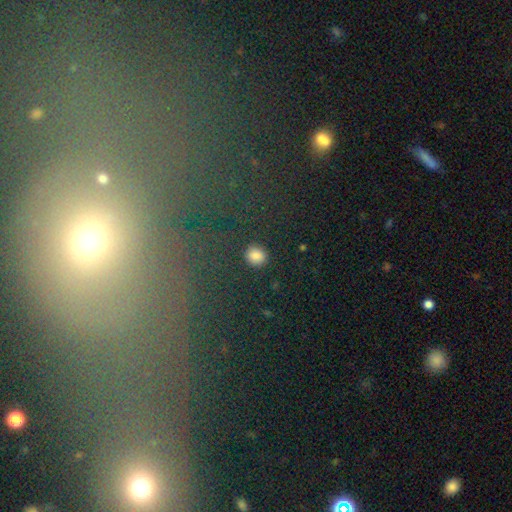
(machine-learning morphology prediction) The model was most divided on "how rounded": round: 84%, in between: 15%, cigar-shaped: 1%. More confident: merging — none (90%); smooth or featured — smooth (84%).